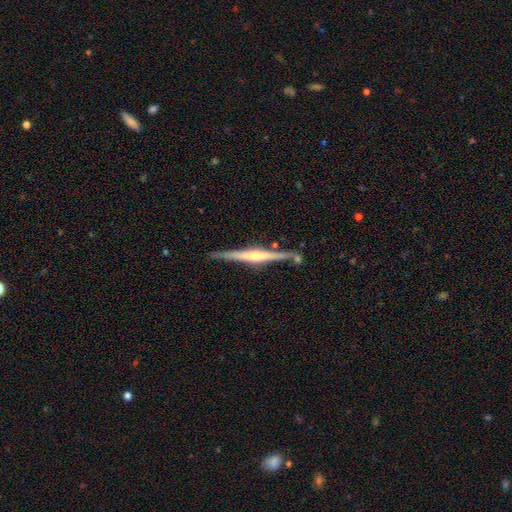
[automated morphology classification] A featured or disk galaxy (71%) viewed edge-on (98%) with a rounded central bulge (54%). Merging: none (79%).